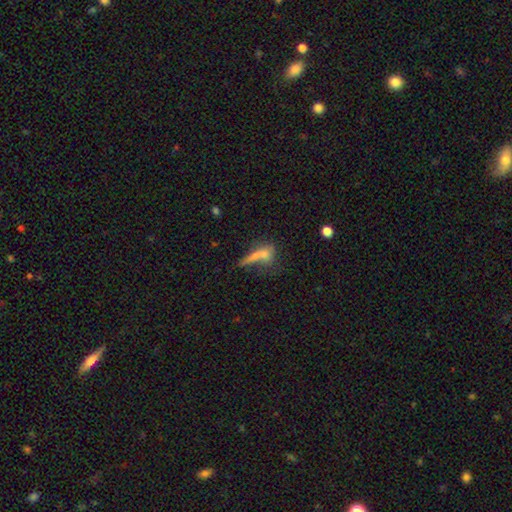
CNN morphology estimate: smooth-or-featured: smooth: 49% | featured or disk: 33% | star or artifact: 18%
  merging: none: 37% | merger: 30% | major disturbance: 18% | minor disturbance: 14%